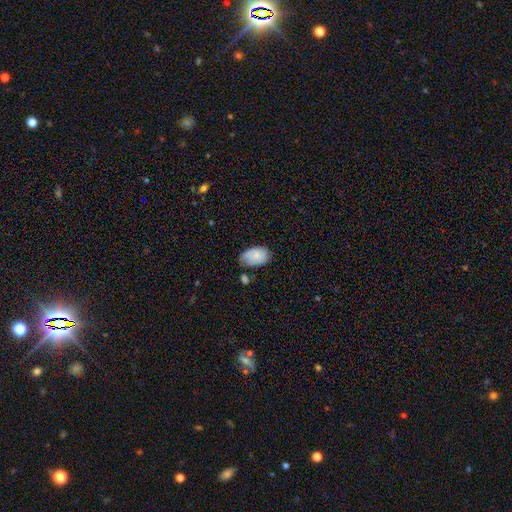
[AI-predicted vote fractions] smooth 76%, featured or disk 16%, star or artifact 7%. Down the decision tree: how rounded — in between (91%); merging — none (51%).